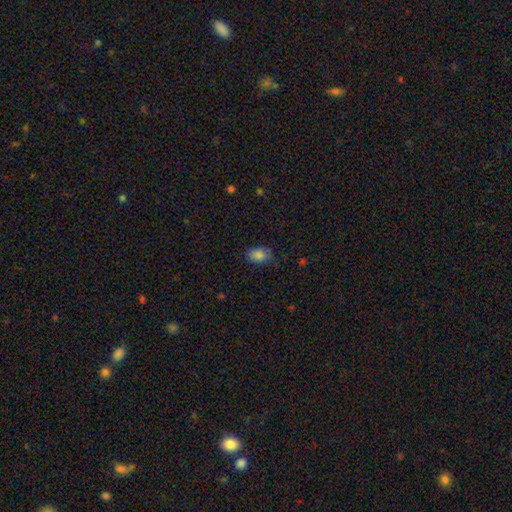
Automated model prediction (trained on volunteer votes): Smooth or featured: smooth — 81% (star or artifact — 12%)
How rounded: in between — 82% (round — 17%)
Merging: none — 79% (minor disturbance — 16%)